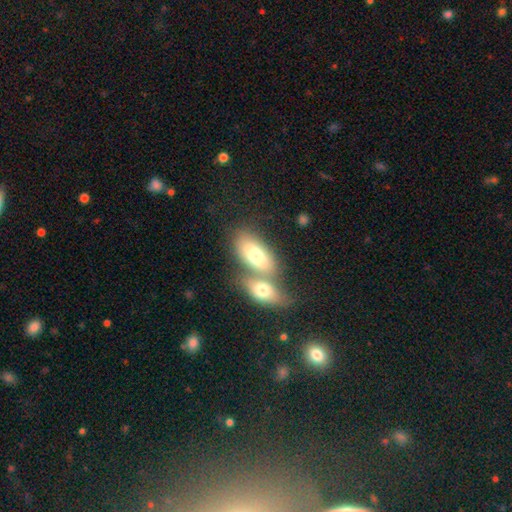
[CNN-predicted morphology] smooth 72%, featured or disk 22%, star or artifact 6%. Down the decision tree: how rounded — in between (86%); merging — merger (59%).